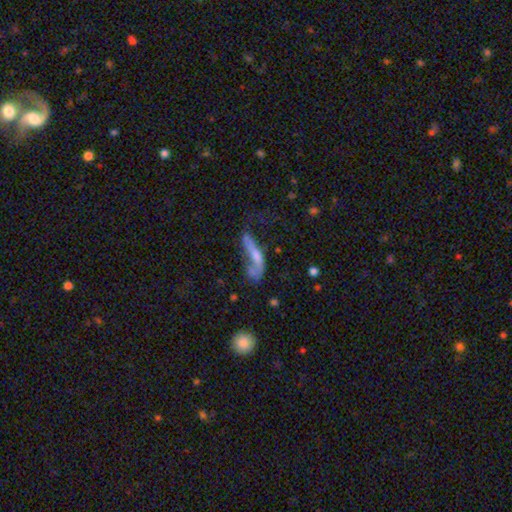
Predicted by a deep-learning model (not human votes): Overall: featured or disk (50%; smooth 39%). Edge-on disk: no (65%; yes 35%). Merging: major disturbance (37%; none 26%).